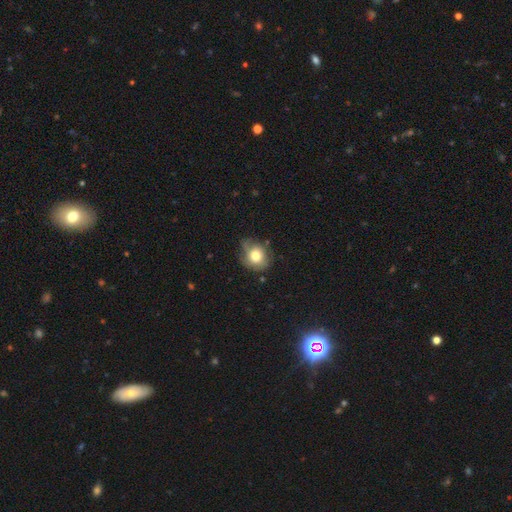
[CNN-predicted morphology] type=smooth (68%); roundness=round (73%); merging=none (55%).